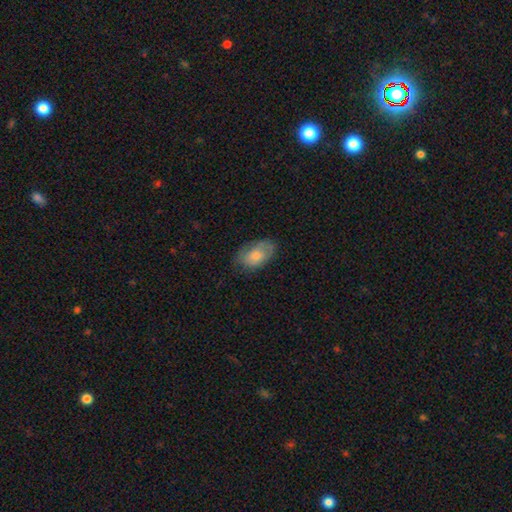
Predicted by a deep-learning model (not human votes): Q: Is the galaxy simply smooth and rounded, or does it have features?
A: smooth — 67%.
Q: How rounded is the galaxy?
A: in between — 91%.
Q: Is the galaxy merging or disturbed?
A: none — 69%.